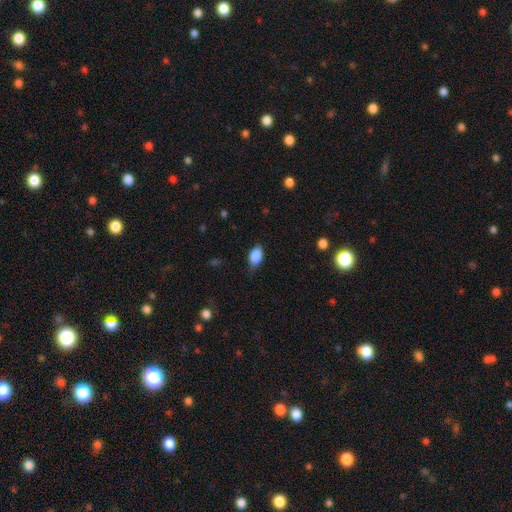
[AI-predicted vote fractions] A smooth galaxy with no disk features (87%) that is in between round and cigar-shaped (86%).

Vote fractions:
- Smooth or featured? smooth: 87% / star or artifact: 7% / featured or disk: 6%
- How rounded? in between: 86% / round: 12% / cigar-shaped: 2%
- Merging? none: 69% / minor disturbance: 25% / major disturbance: 5% / merger: 1%